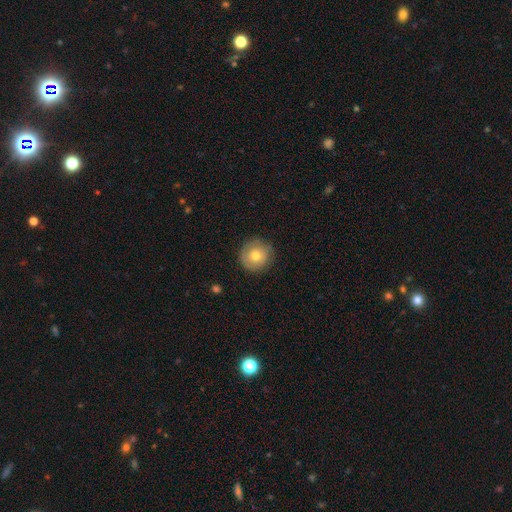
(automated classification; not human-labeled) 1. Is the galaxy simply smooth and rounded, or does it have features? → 65% smooth, 27% featured or disk, 8% star or artifact.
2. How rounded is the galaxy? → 93% round, 6% in between, 1% cigar-shaped.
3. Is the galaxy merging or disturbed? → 83% none, 13% minor disturbance, 3% major disturbance, 1% merger.